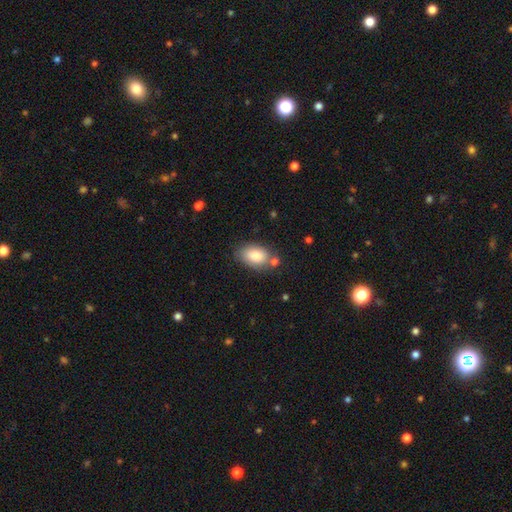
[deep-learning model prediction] smooth_or_featured: smooth (p=0.85) [alt: featured or disk p=0.08]
how_rounded: in between (p=0.91) [alt: round p=0.08]
merging: none (p=0.69) [alt: minor disturbance p=0.17]